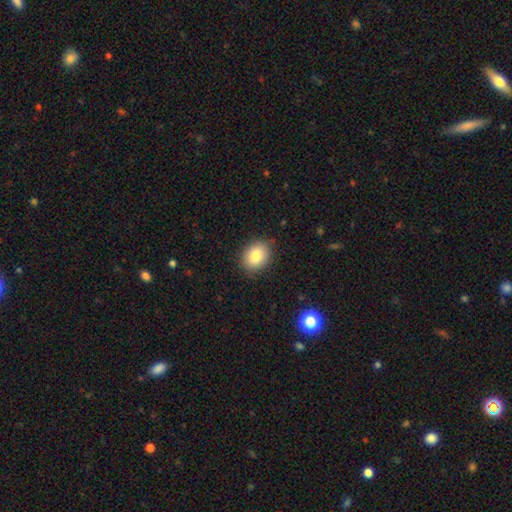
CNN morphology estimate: Q: Smooth or featured?
A: smooth (83%); runner-up: star or artifact (9%)
Q: How rounded?
A: in between (54%); runner-up: round (45%)
Q: Merging?
A: none (87%); runner-up: minor disturbance (9%)